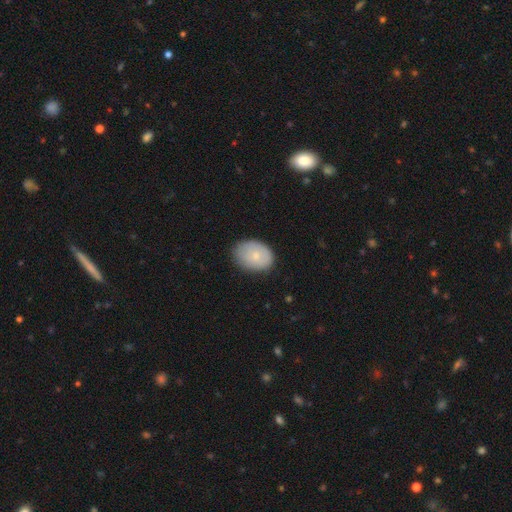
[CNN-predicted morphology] Overall: smooth (75%). How rounded: in between (72%). Merging: none (76%).